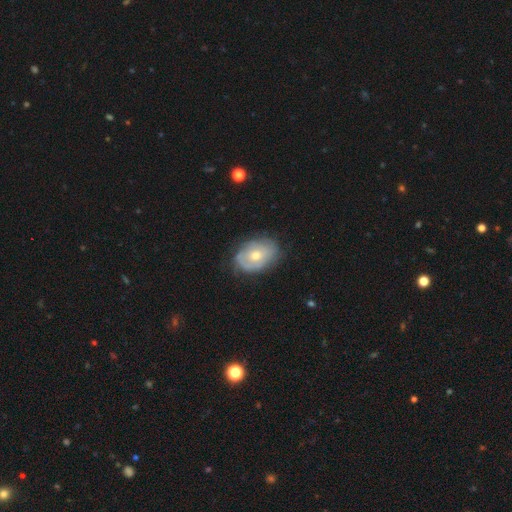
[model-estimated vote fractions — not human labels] Smooth or featured?
  - featured or disk: 47% *
  - smooth: 46%
  - star or artifact: 7%
Merging?
  - none: 66% *
  - minor disturbance: 25%
  - major disturbance: 7%
  - merger: 2%